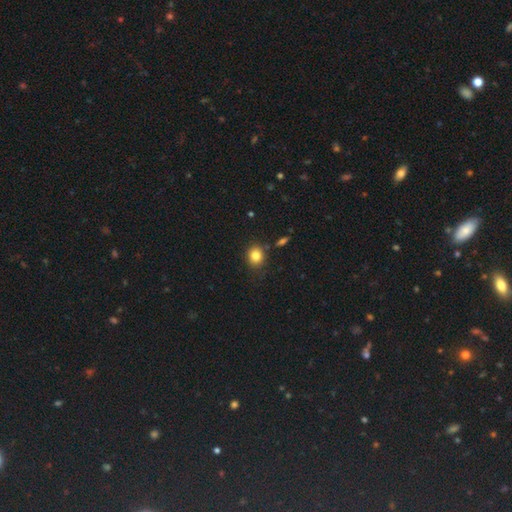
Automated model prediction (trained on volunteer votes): smooth_or_featured: smooth (p=0.82) [alt: star or artifact p=0.11]
how_rounded: round (p=0.71) [alt: in between p=0.28]
merging: none (p=0.82) [alt: minor disturbance p=0.11]